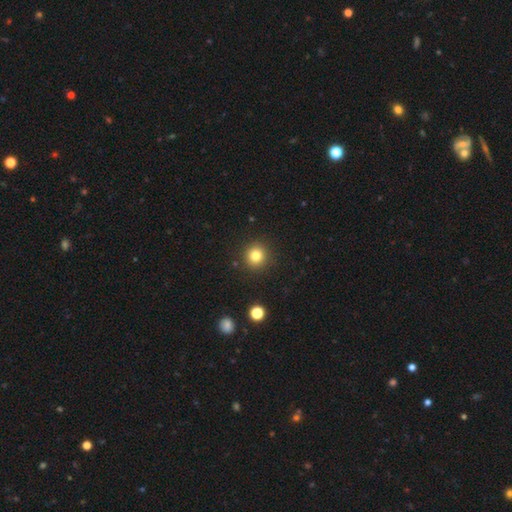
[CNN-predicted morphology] Overall: smooth (81%). How rounded: round (92%). Merging: none (90%).